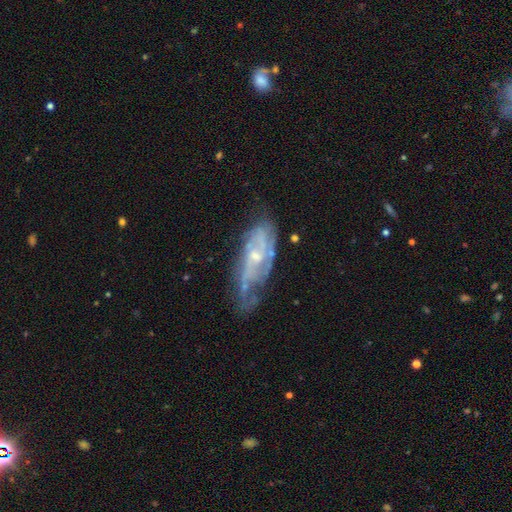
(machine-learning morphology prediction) Smooth or featured: featured or disk — 78% (smooth — 14%)
Edge-on disk: no — 89% (yes — 11%)
Bar: no — 64% (weak — 30%)
Spiral arms: yes — 83% (no — 17%)
Spiral winding: tight — 43% (medium — 39%)
Spiral arm count: can't tell — 43% (2 — 30%)
Bulge size: small — 60% (moderate — 33%)
Merging: none — 50% (minor disturbance — 29%)